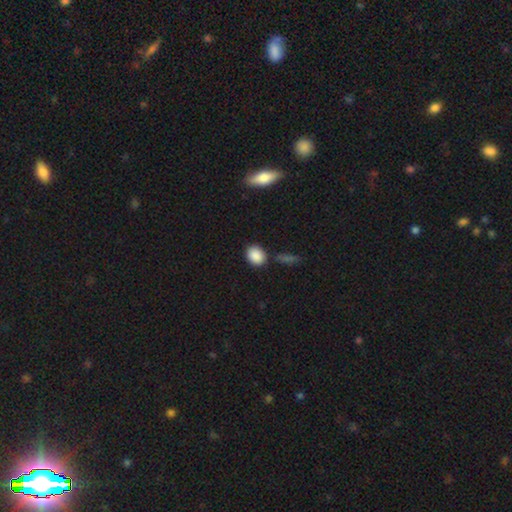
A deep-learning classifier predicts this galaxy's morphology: Smooth or featured? Predicted: smooth (p=0.88). How rounded? Predicted: in between (p=0.56). Merging? Predicted: none (p=0.78).